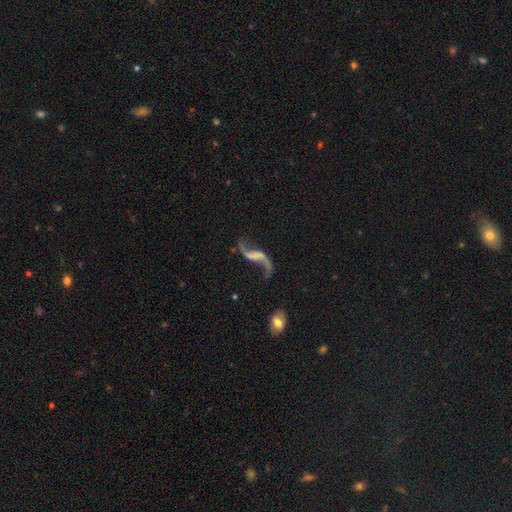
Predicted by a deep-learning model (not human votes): Smooth or featured: featured or disk — 89% (smooth — 6%)
Edge-on disk: no — 97% (yes — 3%)
Bar: no — 40% (weak — 39%)
Spiral arms: yes — 96% (no — 4%)
Spiral winding: loose — 94% (medium — 5%)
Spiral arm count: 2 — 93% (1 — 3%)
Bulge size: none — 59% (small — 25%)
Merging: none — 70% (minor disturbance — 15%)